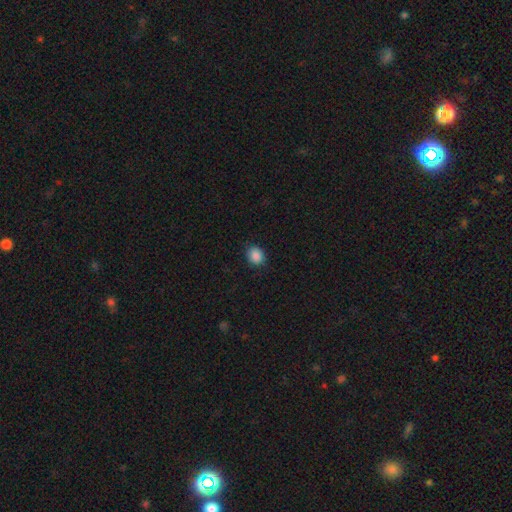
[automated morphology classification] type=smooth (88%); roundness=round (62%); merging=none (85%).